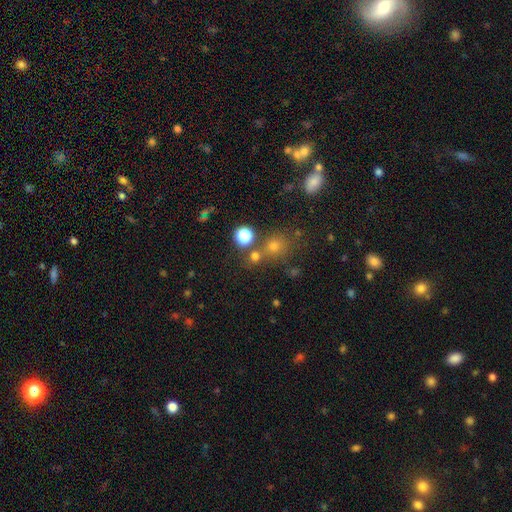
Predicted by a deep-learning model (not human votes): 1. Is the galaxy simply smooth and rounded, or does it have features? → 60% smooth, 31% star or artifact, 9% featured or disk.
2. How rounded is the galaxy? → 83% round, 16% in between, 1% cigar-shaped.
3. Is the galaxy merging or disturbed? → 68% none, 20% merger, 8% minor disturbance, 4% major disturbance.